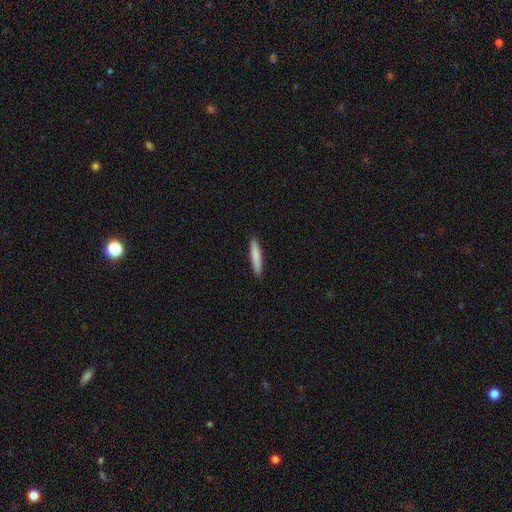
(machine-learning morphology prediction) Q: Smooth or featured?
A: smooth (83%); runner-up: featured or disk (12%)
Q: How rounded?
A: cigar-shaped (90%); runner-up: in between (9%)
Q: Merging?
A: none (90%); runner-up: minor disturbance (8%)